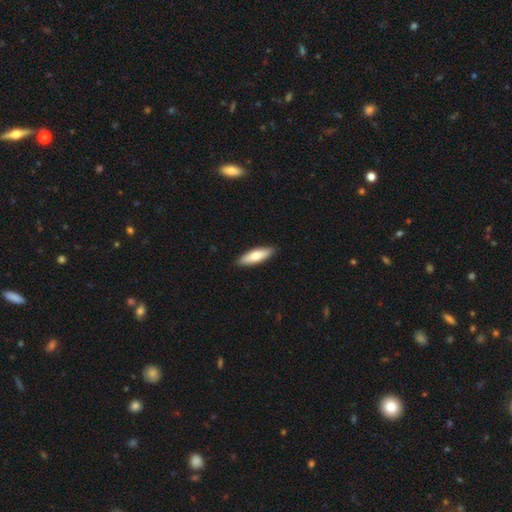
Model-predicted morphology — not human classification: Smooth or featured? smooth (68%)
How rounded? cigar-shaped (57%)
Merging? none (90%)